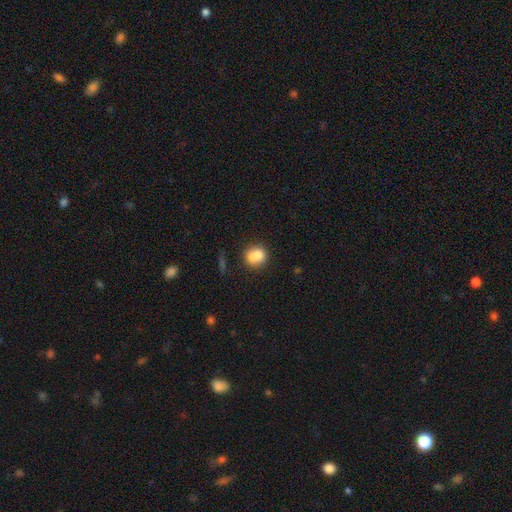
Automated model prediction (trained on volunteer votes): smooth_or_featured: smooth (p=0.74) [alt: featured or disk p=0.17]
how_rounded: round (p=0.78) [alt: in between p=0.21]
merging: merger (p=0.43) [alt: none p=0.42]